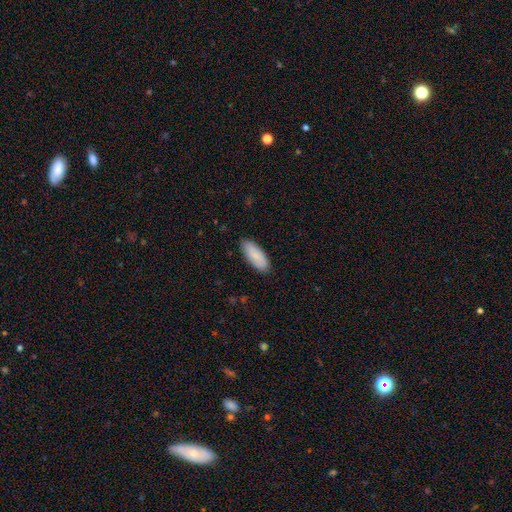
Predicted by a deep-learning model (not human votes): Overall: smooth (86%). How rounded: in between (77%). Merging: none (87%).